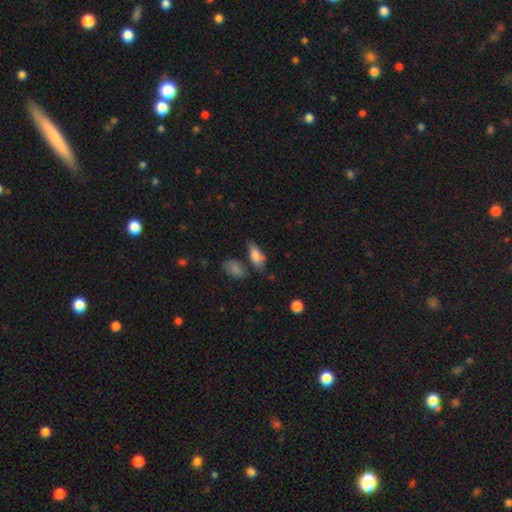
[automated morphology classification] Smooth or featured? smooth (79%)
How rounded? in between (83%)
Merging? none (49%)